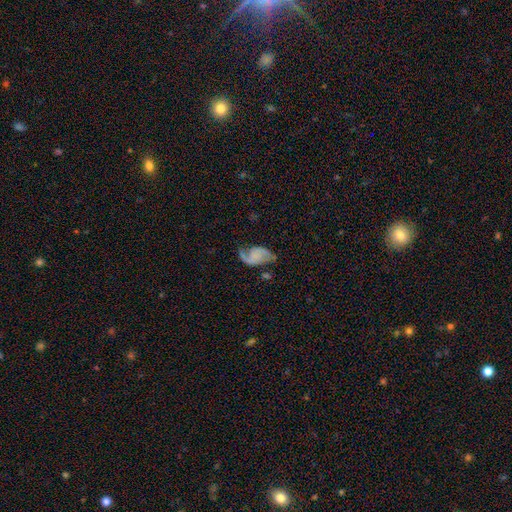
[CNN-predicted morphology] type=featured or disk (80%); edge-on=no (98%); bar=no (62%); spiral arms=yes (95%); winding=loose (45%); arm count=2 (91%); bulge=none (55%); merging=none (63%).